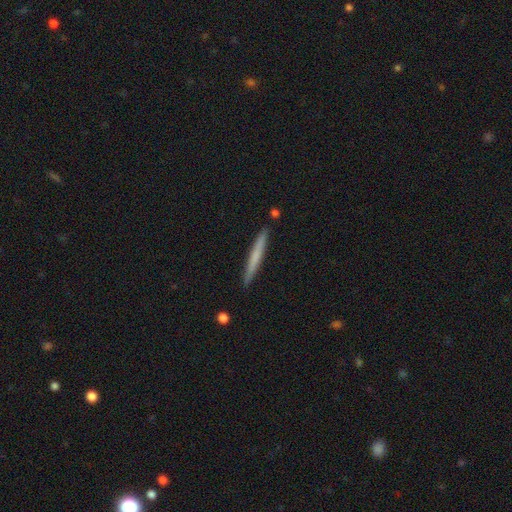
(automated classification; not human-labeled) smooth_or_featured: smooth (p=0.60) [alt: featured or disk p=0.34]
how_rounded: cigar-shaped (p=0.97) [alt: in between p=0.02]
merging: none (p=0.90) [alt: minor disturbance p=0.07]